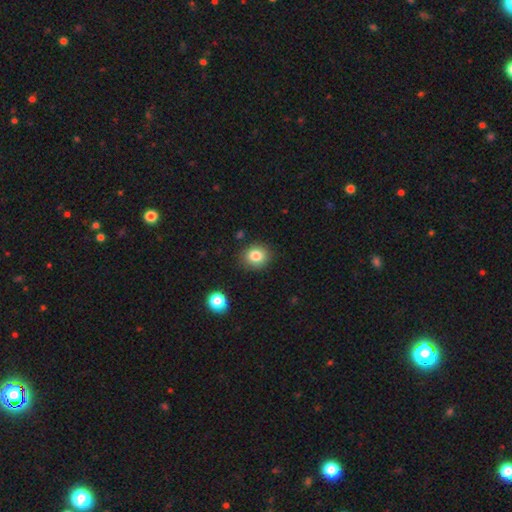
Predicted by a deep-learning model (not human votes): The model was most divided on "how rounded": round: 77%, in between: 22%, cigar-shaped: 1%. More confident: merging — none (87%); smooth or featured — smooth (83%).